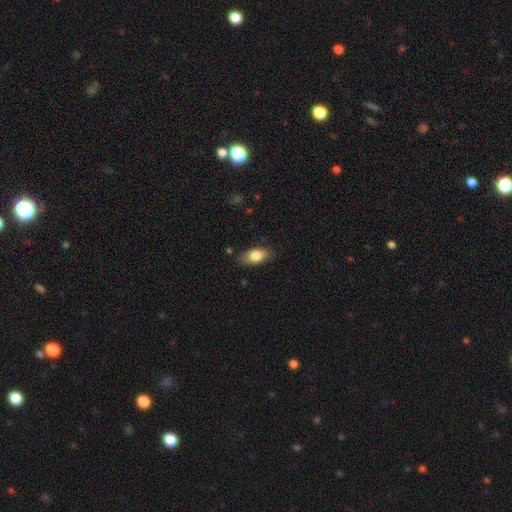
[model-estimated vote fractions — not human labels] The model was most divided on "smooth or featured": smooth: 79%, featured or disk: 14%, star or artifact: 7%. More confident: how rounded — in between (87%); merging — none (81%).